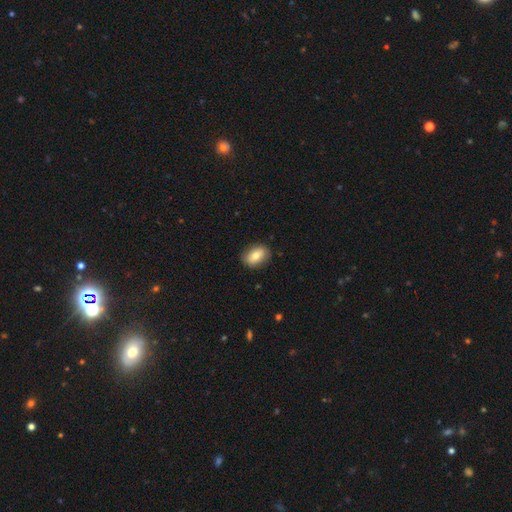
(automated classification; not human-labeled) Q: Smooth or featured?
A: smooth (74%); runner-up: featured or disk (18%)
Q: How rounded?
A: in between (78%); runner-up: round (20%)
Q: Merging?
A: none (85%); runner-up: minor disturbance (11%)